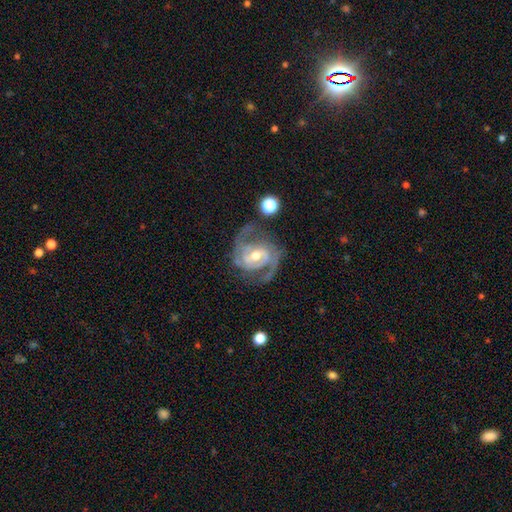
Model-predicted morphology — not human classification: Smooth or featured? Predicted: featured or disk (p=0.89). Edge-on disk? Predicted: no (p=0.97). Bar? Predicted: weak (p=0.45). Spiral arms? Predicted: yes (p=0.96). Spiral winding? Predicted: medium (p=0.51). Spiral arm count? Predicted: 2 (p=0.80). Bulge size? Predicted: moderate (p=0.66). Merging? Predicted: none (p=0.64).